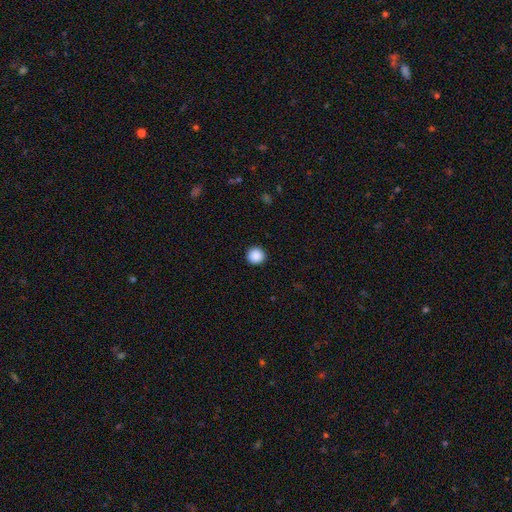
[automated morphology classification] Smooth or featured? Predicted: smooth (p=0.89). How rounded? Predicted: round (p=0.96). Merging? Predicted: none (p=0.93).